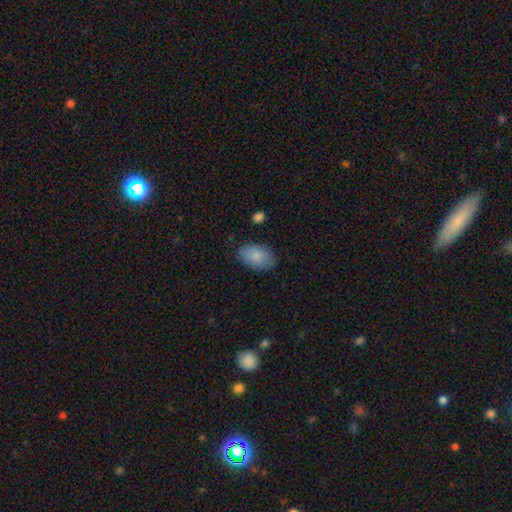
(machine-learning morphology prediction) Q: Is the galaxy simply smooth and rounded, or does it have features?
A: smooth — 86%.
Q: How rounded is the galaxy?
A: in between — 91%.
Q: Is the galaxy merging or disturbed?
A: none — 80%.